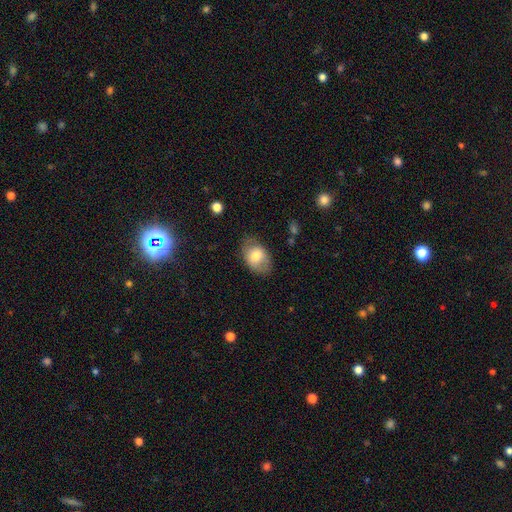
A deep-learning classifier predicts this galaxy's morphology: Smooth or featured: smooth — 72% (featured or disk — 21%)
How rounded: in between — 83% (round — 16%)
Merging: none — 70% (minor disturbance — 22%)